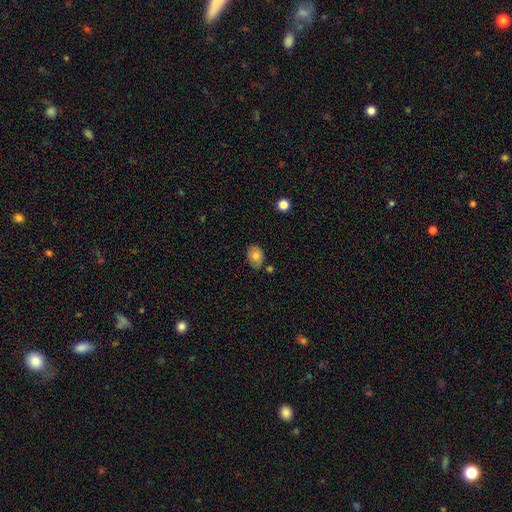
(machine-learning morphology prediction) The model was most divided on "merging": none: 71%, minor disturbance: 20%, merger: 5%, major disturbance: 4%. More confident: how rounded — in between (78%); smooth or featured — smooth (76%).